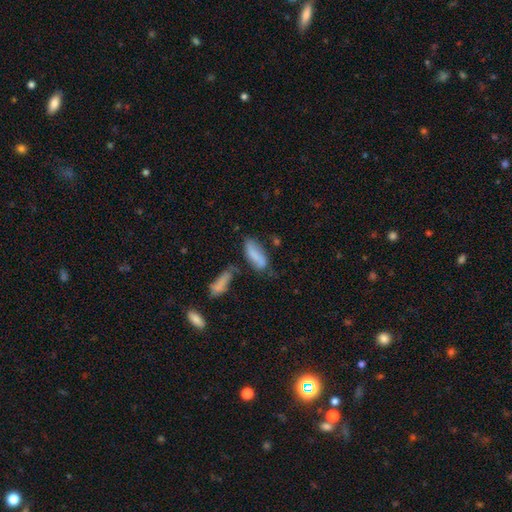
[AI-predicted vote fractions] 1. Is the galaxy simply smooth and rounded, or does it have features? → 69% smooth, 22% featured or disk, 9% star or artifact.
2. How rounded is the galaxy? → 74% in between, 24% cigar-shaped, 3% round.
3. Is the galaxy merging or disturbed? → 44% none, 26% minor disturbance, 17% merger, 13% major disturbance.